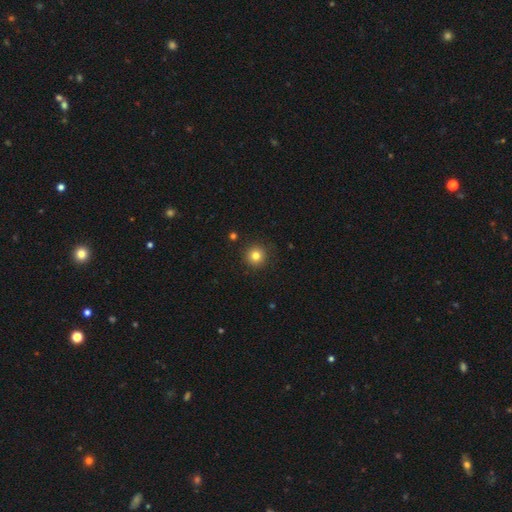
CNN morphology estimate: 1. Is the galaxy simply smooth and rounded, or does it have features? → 80% smooth, 13% star or artifact, 7% featured or disk.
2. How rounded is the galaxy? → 95% round, 4% in between, 1% cigar-shaped.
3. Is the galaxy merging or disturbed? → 90% none, 6% minor disturbance, 2% major disturbance, 1% merger.